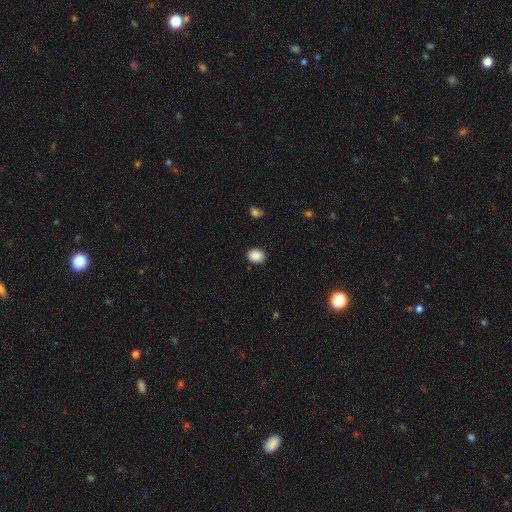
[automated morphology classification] Smooth or featured? smooth (88%)
How rounded? in between (50%)
Merging? none (88%)